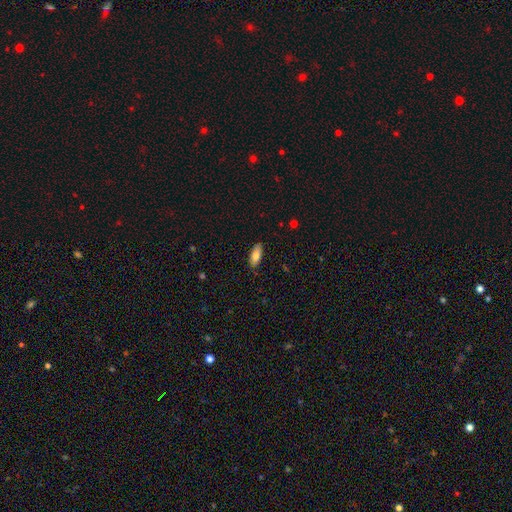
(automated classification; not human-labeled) Smooth or featured: smooth — 78% (featured or disk — 16%)
How rounded: in between — 82% (cigar-shaped — 16%)
Merging: none — 86% (minor disturbance — 11%)